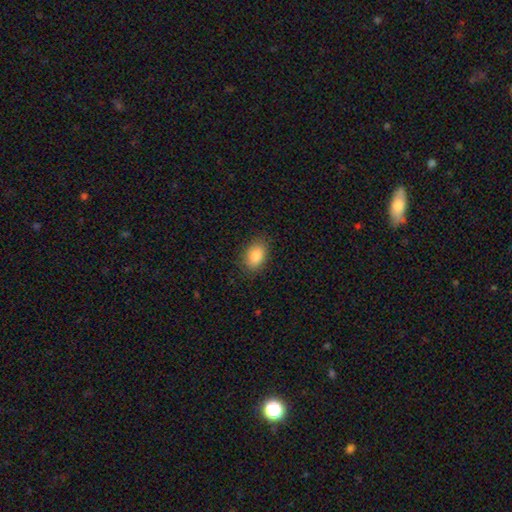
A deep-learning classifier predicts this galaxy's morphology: The model was most divided on "how rounded": in between: 86%, round: 13%, cigar-shaped: 1%. More confident: smooth or featured — smooth (87%); merging — none (85%).